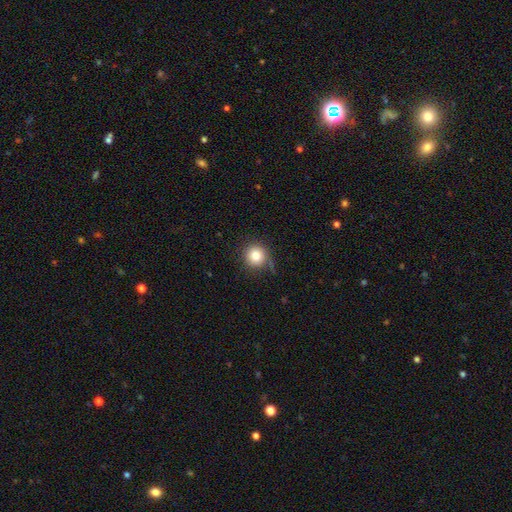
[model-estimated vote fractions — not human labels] Smooth or featured? smooth (80%)
How rounded? round (94%)
Merging? none (73%)